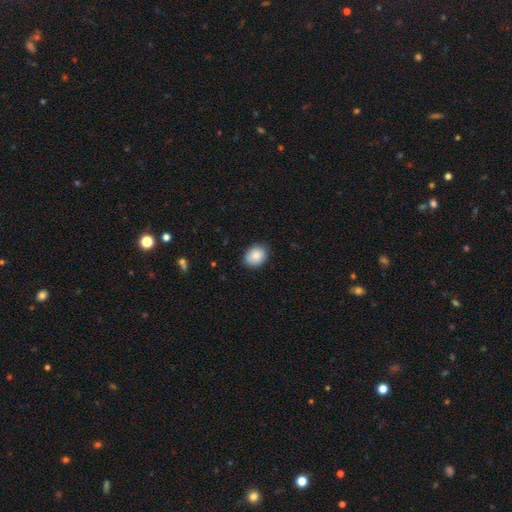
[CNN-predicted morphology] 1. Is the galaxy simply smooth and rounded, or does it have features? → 87% smooth, 7% star or artifact, 6% featured or disk.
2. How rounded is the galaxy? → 56% in between, 43% round, 1% cigar-shaped.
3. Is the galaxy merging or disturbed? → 84% none, 13% minor disturbance, 2% major disturbance, 1% merger.